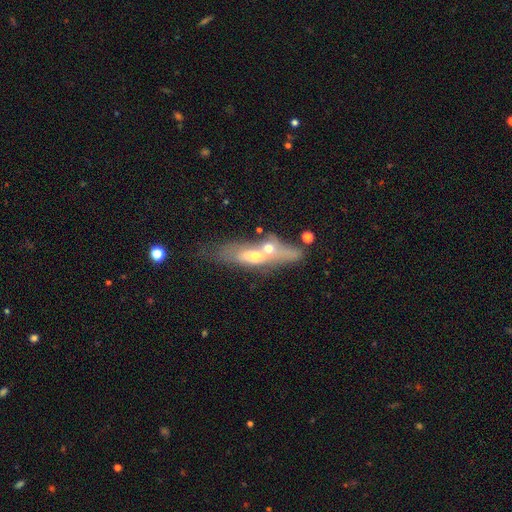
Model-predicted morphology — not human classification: A featured or disk galaxy (48%).

Vote fractions:
- Smooth or featured? featured or disk: 48% / smooth: 44% / star or artifact: 8%
- Merging? merger: 55% / none: 23% / minor disturbance: 11% / major disturbance: 10%